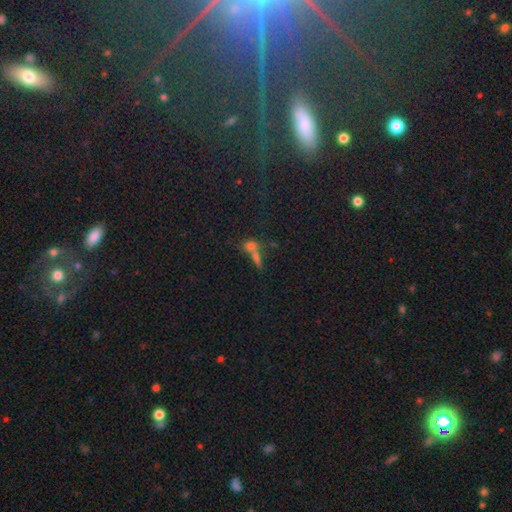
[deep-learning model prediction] Q: Smooth or featured?
A: smooth (49%); runner-up: star or artifact (28%)
Q: Merging?
A: merger (53%); runner-up: none (32%)